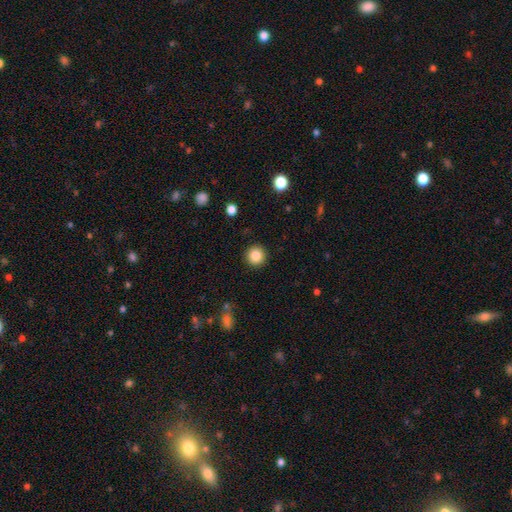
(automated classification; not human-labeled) smooth 85%, star or artifact 10%, featured or disk 5%. Down the decision tree: how rounded — round (95%); merging — none (92%).